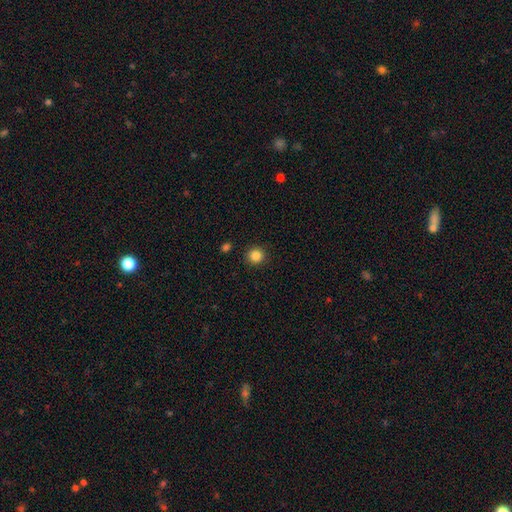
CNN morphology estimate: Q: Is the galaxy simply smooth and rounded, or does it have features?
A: smooth — 86%.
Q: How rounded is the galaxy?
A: round — 93%.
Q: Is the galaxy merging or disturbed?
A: none — 91%.